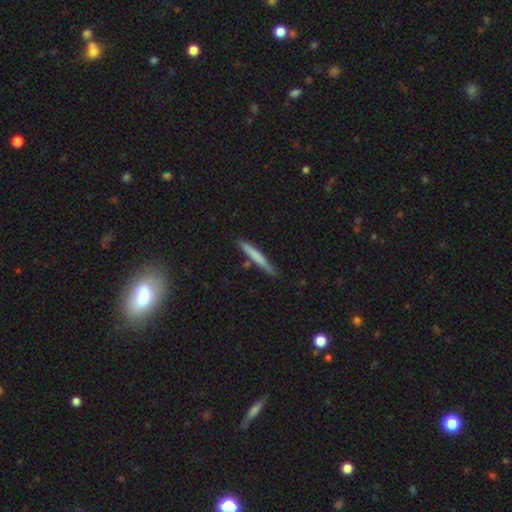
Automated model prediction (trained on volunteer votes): Smooth or featured? Predicted: smooth (p=0.70). How rounded? Predicted: cigar-shaped (p=0.96). Merging? Predicted: none (p=0.82).